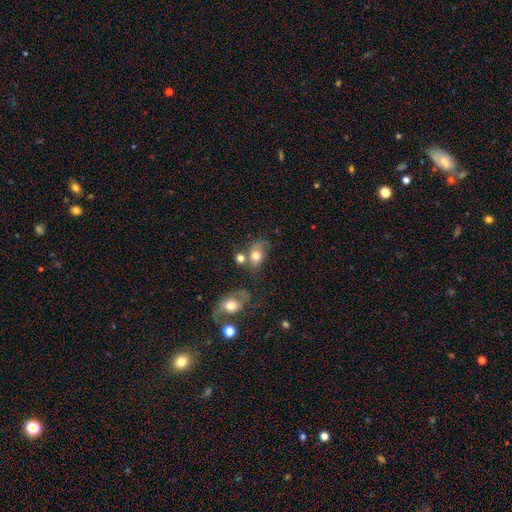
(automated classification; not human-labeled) Morphology: type=smooth (71%); roundness=in between (70%); merging=none (38%).